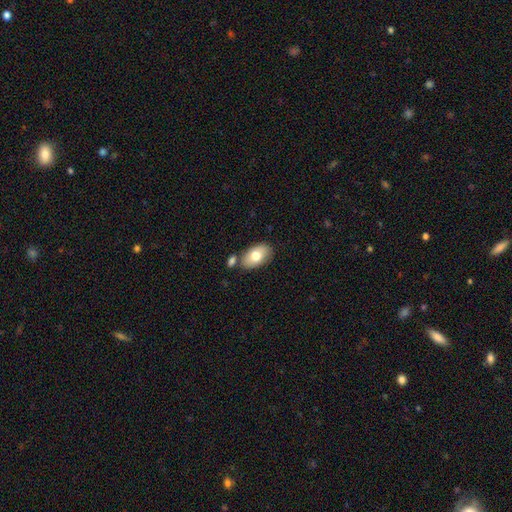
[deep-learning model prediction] smooth 76%, featured or disk 18%, star or artifact 6%. Down the decision tree: how rounded — in between (92%); merging — none (71%).